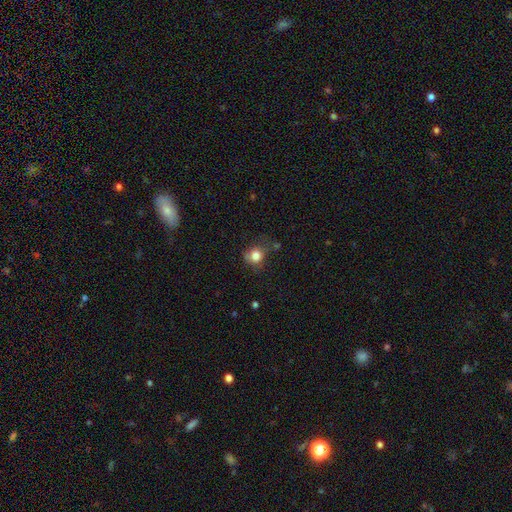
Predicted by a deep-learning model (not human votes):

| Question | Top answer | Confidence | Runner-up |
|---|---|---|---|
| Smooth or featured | smooth | 81% | star or artifact (11%) |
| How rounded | round | 78% | in between (21%) |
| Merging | none | 58% | minor disturbance (27%) |